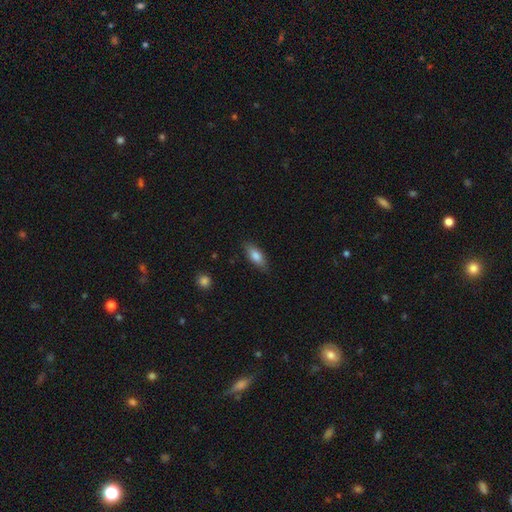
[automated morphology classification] smooth-or-featured: smooth: 78% | featured or disk: 15% | star or artifact: 7%
  how-rounded: in between: 72% | cigar-shaped: 26% | round: 3%
  merging: none: 83% | minor disturbance: 14% | major disturbance: 3% | merger: 1%